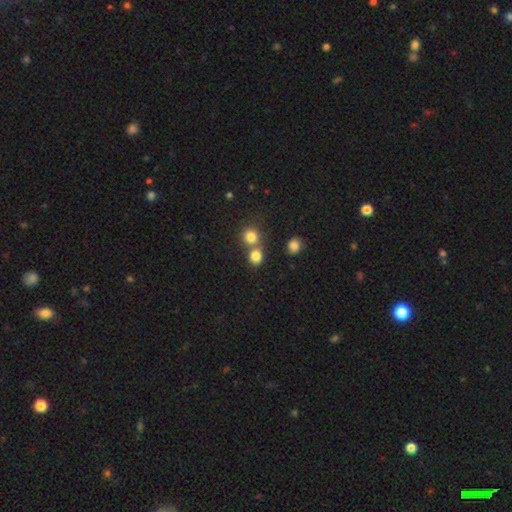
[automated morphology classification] Smooth or featured?
  - smooth: 81% *
  - star or artifact: 13%
  - featured or disk: 6%
How rounded?
  - round: 79% *
  - in between: 20%
  - cigar-shaped: 1%
Merging?
  - none: 57% *
  - merger: 34%
  - minor disturbance: 7%
  - major disturbance: 3%